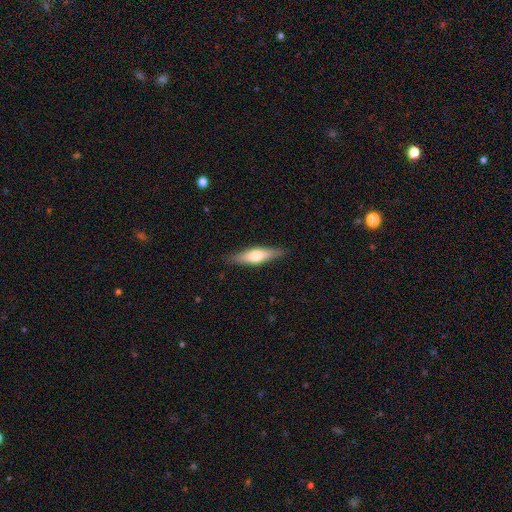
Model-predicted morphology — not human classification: Smooth or featured?
  - smooth: 51% *
  - featured or disk: 43%
  - star or artifact: 6%
How rounded?
  - cigar-shaped: 62% *
  - in between: 36%
  - round: 2%
Merging?
  - none: 86% *
  - minor disturbance: 11%
  - major disturbance: 2%
  - merger: 1%